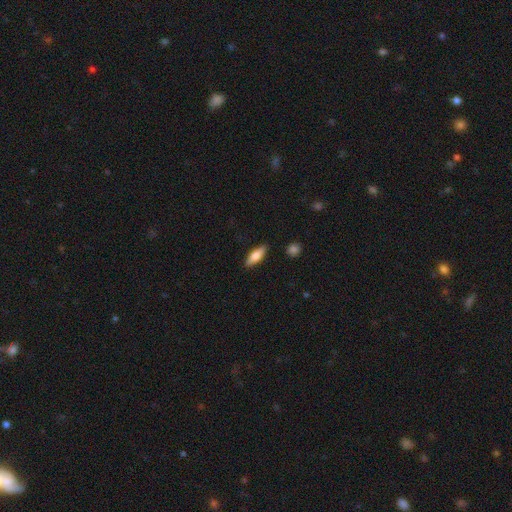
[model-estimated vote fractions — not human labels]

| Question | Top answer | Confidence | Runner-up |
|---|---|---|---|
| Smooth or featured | smooth | 67% | featured or disk (27%) |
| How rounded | in between | 55% | cigar-shaped (42%) |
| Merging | none | 87% | minor disturbance (9%) |